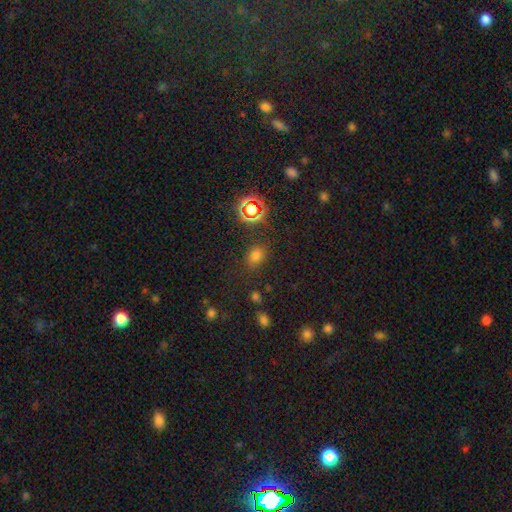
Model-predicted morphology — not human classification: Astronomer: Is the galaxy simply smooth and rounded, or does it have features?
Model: smooth — 68%.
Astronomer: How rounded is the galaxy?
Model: in between — 54% (runner-up: round, 44%).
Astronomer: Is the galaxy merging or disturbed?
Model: none — 80%.